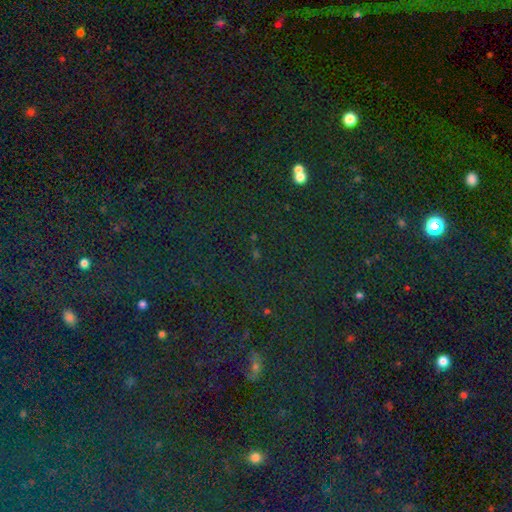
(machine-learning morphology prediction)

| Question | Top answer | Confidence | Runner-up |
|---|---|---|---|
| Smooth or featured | star or artifact | 78% | smooth (14%) |